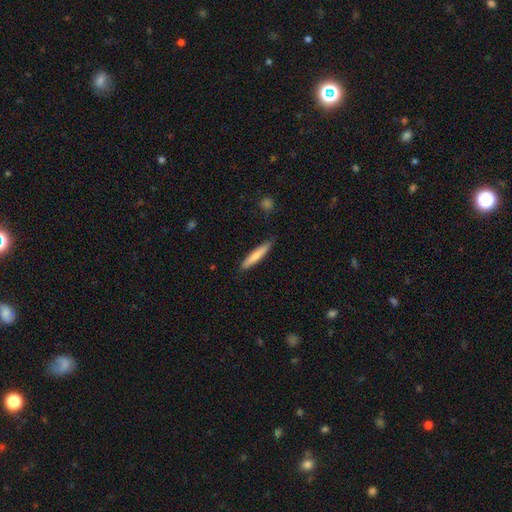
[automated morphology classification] A smooth galaxy with no disk features (75%) that is cigar-shaped (91%).

Vote fractions:
- Smooth or featured? smooth: 75% / featured or disk: 19% / star or artifact: 5%
- How rounded? cigar-shaped: 91% / in between: 7% / round: 1%
- Merging? none: 85% / minor disturbance: 11% / major disturbance: 2% / merger: 1%